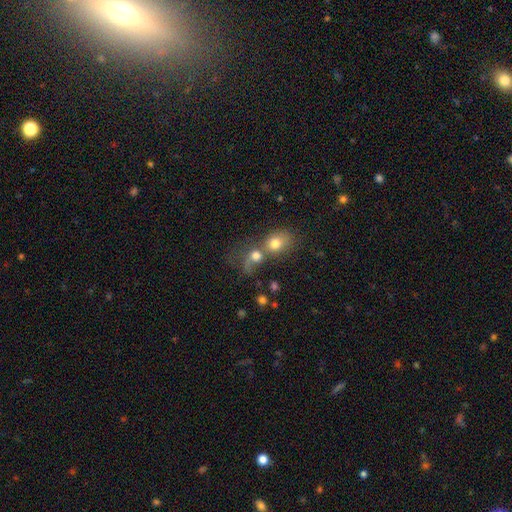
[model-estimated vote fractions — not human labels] Smooth or featured? smooth (70%)
How rounded? round (64%)
Merging? merger (64%)